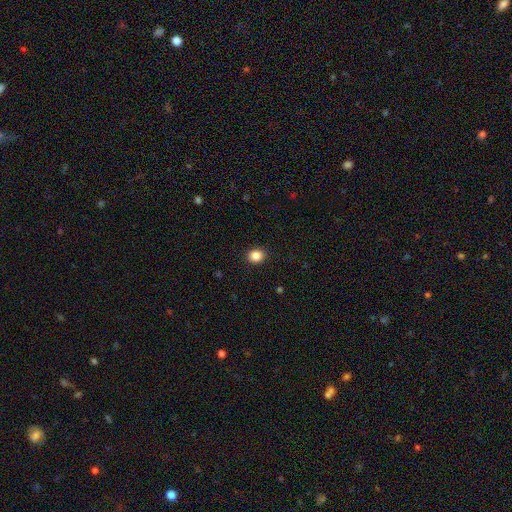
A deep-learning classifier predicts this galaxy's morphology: Q: Smooth or featured?
A: smooth (86%); runner-up: star or artifact (10%)
Q: How rounded?
A: round (63%); runner-up: in between (37%)
Q: Merging?
A: none (91%); runner-up: minor disturbance (6%)